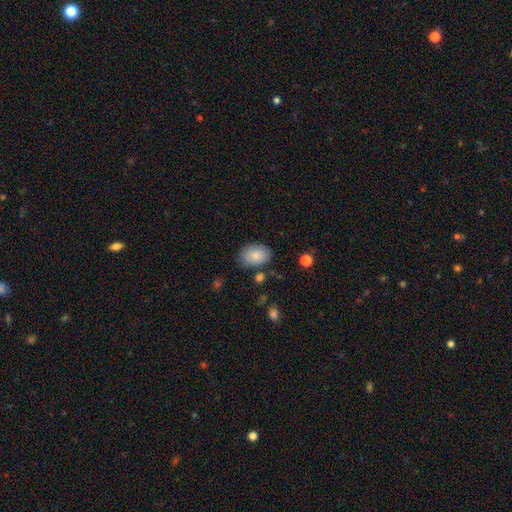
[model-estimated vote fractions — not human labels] This is clearly a smooth galaxy (84%). How rounded: clearly in between (82%). Merging: likely none (76%).